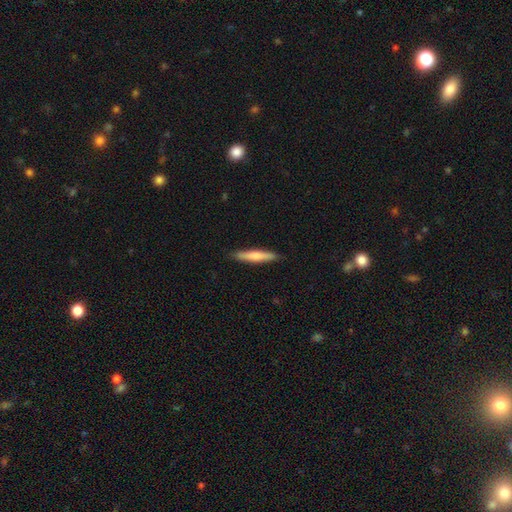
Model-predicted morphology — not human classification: This appears to be a smooth galaxy with no disk features (68%) that is cigar-shaped (91%). Merging: none (89%).